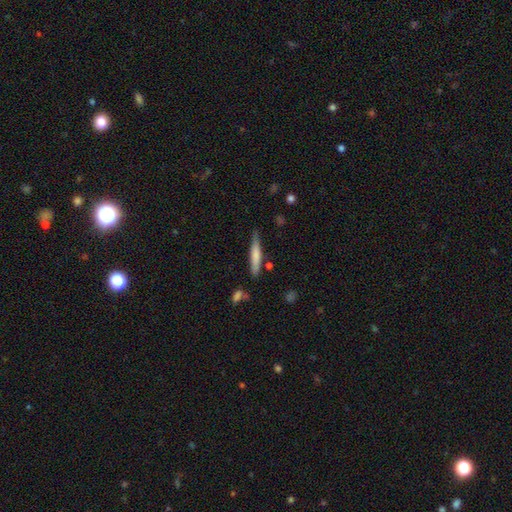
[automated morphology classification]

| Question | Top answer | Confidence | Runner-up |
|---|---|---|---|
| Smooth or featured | smooth | 69% | featured or disk (25%) |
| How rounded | cigar-shaped | 90% | in between (8%) |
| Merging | none | 70% | minor disturbance (21%) |